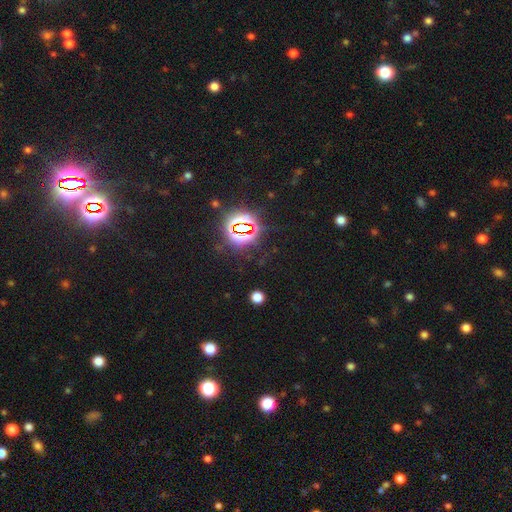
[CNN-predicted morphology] Overall: star or artifact (80%).